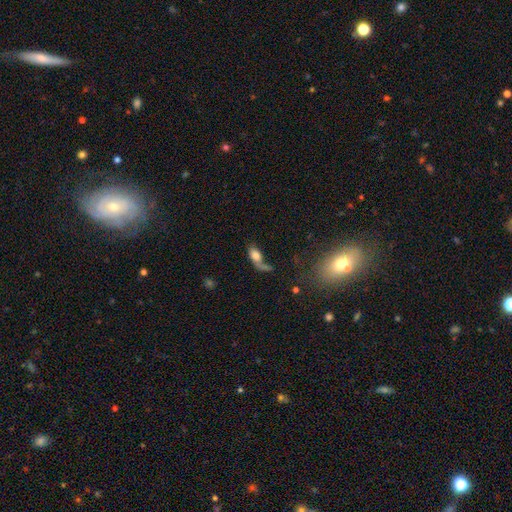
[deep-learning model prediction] The model was most divided on "merging": major disturbance: 31%, none: 27%, merger: 26%, minor disturbance: 16%. More confident: how rounded — in between (81%); smooth or featured — smooth (68%).